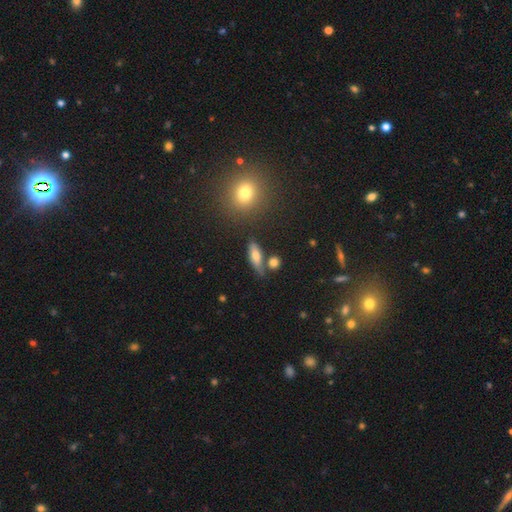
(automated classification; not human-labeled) Smooth or featured? Predicted: smooth (p=0.67). How rounded? Predicted: in between (p=0.58). Merging? Predicted: none (p=0.70).